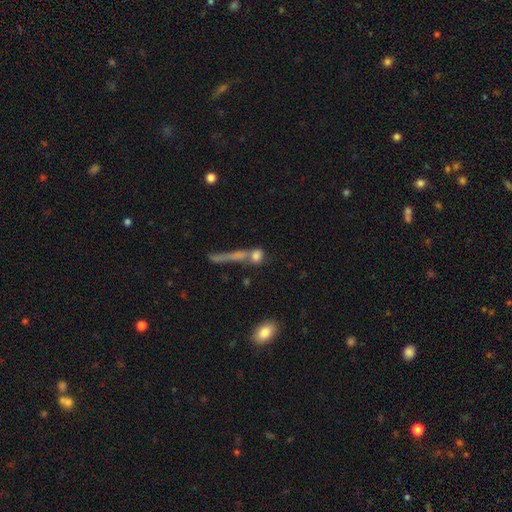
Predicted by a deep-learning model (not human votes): smooth-or-featured: smooth: 71% | featured or disk: 16% | star or artifact: 13%
  how-rounded: round: 52% | in between: 29% | cigar-shaped: 19%
  merging: none: 42% | merger: 36% | minor disturbance: 11% | major disturbance: 10%